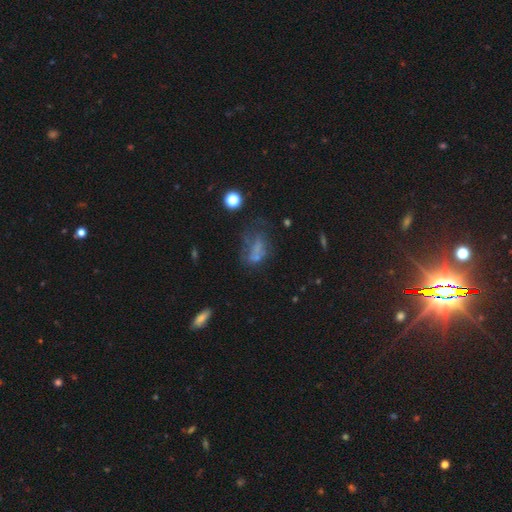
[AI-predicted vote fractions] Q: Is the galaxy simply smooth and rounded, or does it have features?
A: smooth — 38%.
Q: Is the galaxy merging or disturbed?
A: none — 34%.